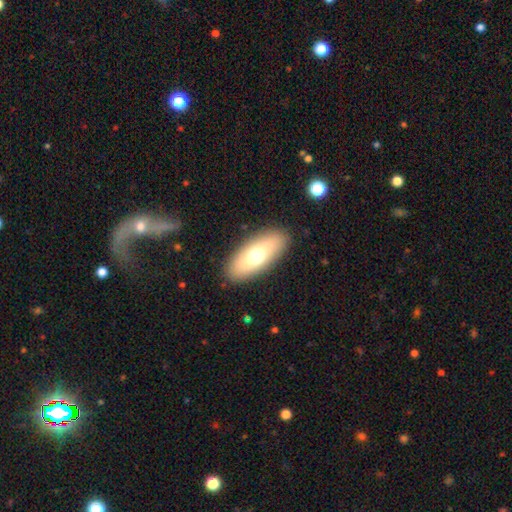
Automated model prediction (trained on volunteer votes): A smooth galaxy with no disk features (65%) that is in between round and cigar-shaped (80%).

Vote fractions:
- Smooth or featured? smooth: 65% / featured or disk: 27% / star or artifact: 8%
- How rounded? in between: 80% / cigar-shaped: 16% / round: 4%
- Merging? none: 88% / minor disturbance: 8% / major disturbance: 3% / merger: 1%